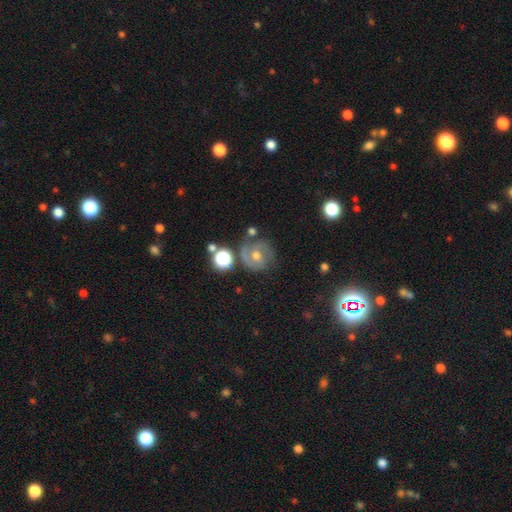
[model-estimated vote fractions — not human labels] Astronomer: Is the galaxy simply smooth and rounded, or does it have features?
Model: featured or disk — 71%.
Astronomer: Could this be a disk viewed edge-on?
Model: no — 97%.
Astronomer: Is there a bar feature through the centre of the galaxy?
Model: no — 56% (runner-up: weak, 34%).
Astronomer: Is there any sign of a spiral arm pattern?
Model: yes — 92%.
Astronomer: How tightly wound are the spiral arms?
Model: tight — 53% (runner-up: medium, 38%).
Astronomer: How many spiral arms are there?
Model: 2 — 70%.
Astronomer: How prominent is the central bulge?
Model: moderate — 66%.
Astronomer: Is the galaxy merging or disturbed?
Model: none — 75%.